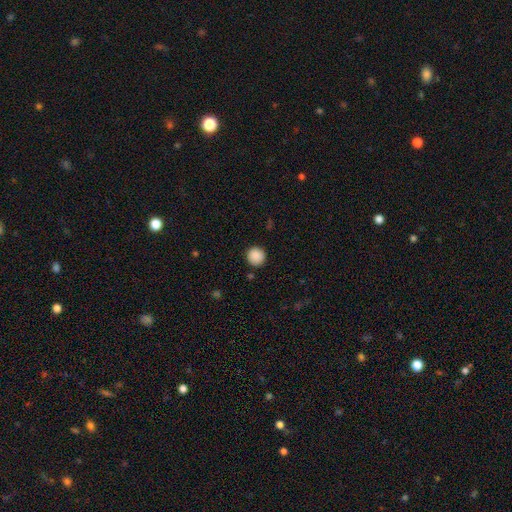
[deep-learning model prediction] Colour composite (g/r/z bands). It shows a smooth galaxy with no disk features (89%) that is round (94%). Merging: none (90%).